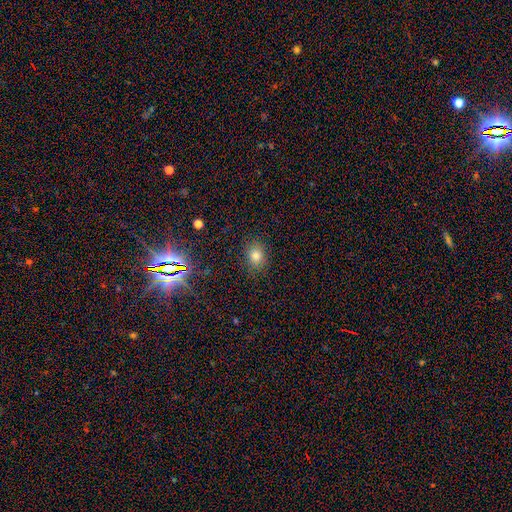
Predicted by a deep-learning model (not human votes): Smooth or featured? smooth (75%)
How rounded? in between (54%)
Merging? none (84%)